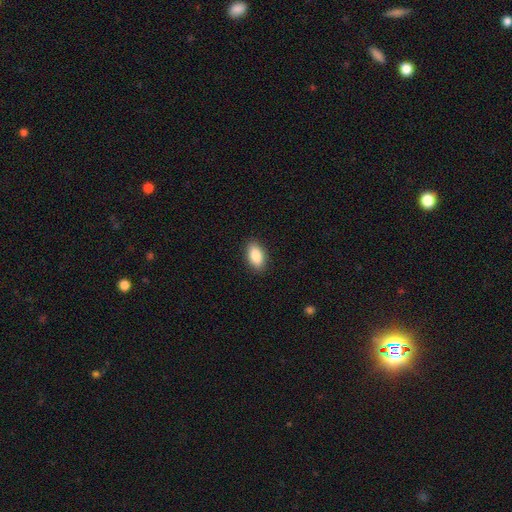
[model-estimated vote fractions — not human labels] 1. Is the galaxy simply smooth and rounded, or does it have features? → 88% smooth, 7% star or artifact, 6% featured or disk.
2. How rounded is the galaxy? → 92% in between, 4% cigar-shaped, 4% round.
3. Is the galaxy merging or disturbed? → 89% none, 8% minor disturbance, 2% major disturbance, 1% merger.